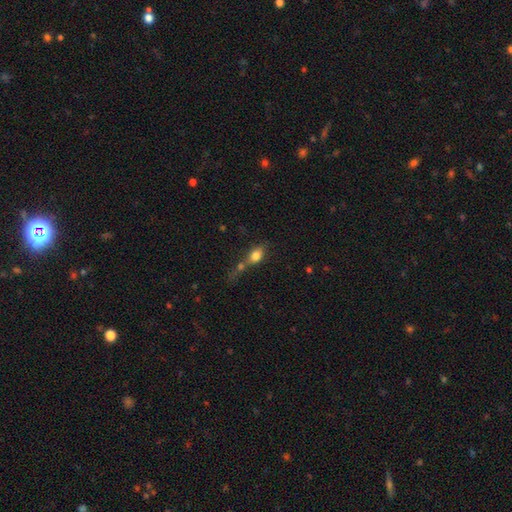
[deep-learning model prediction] The model was most divided on "merging": merger: 51%, none: 24%, major disturbance: 13%, minor disturbance: 12%. More confident: smooth or featured — smooth (76%); how rounded — in between (72%).